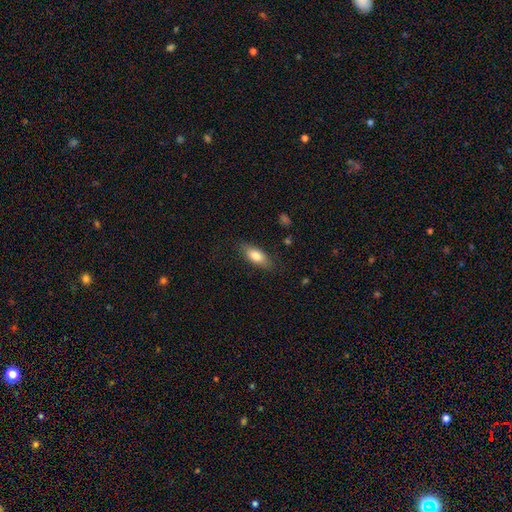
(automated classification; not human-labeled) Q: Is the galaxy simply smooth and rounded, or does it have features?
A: smooth — 78%.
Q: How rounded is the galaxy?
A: in between — 78%.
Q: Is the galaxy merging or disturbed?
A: none — 80%.